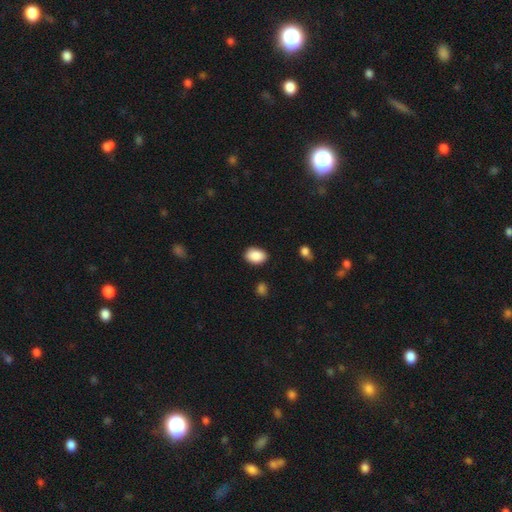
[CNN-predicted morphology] A smooth galaxy with no disk features (89%) that is in between round and cigar-shaped (82%).

Vote fractions:
- Smooth or featured? smooth: 89% / star or artifact: 7% / featured or disk: 4%
- How rounded? in between: 82% / round: 17% / cigar-shaped: 1%
- Merging? none: 86% / minor disturbance: 10% / major disturbance: 2% / merger: 2%